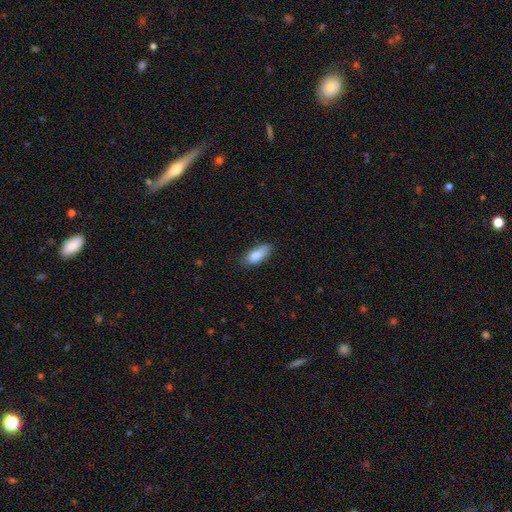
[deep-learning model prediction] Smooth or featured? smooth (82%)
How rounded? in between (77%)
Merging? none (66%)